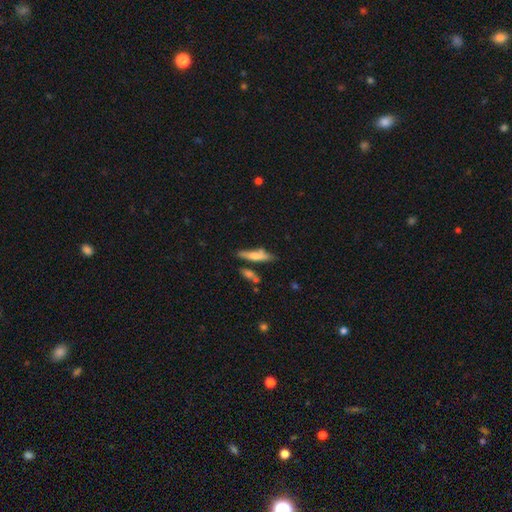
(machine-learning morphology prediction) This appears to be a smooth galaxy with no disk features (63%) that is cigar-shaped (82%). Merging: none (66%).